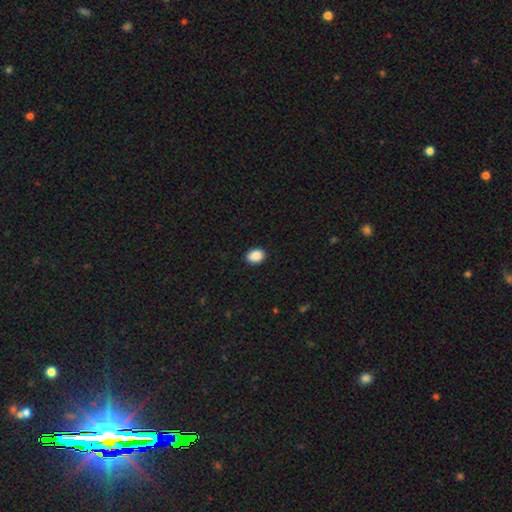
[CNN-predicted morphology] smooth_or_featured: smooth (p=0.90) [alt: star or artifact p=0.08]
how_rounded: in between (p=0.73) [alt: round p=0.26]
merging: none (p=0.90) [alt: minor disturbance p=0.07]